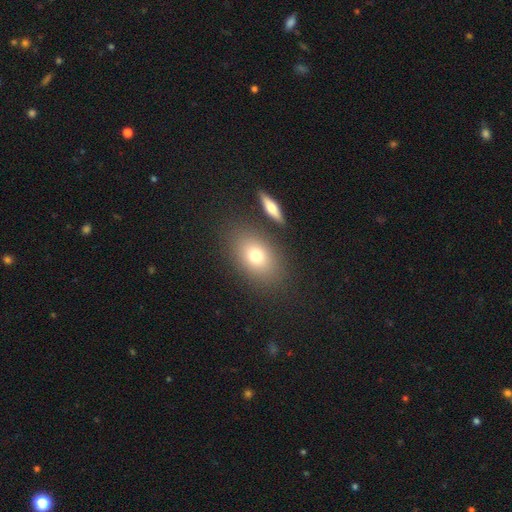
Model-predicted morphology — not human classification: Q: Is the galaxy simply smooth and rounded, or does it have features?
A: smooth — 74%.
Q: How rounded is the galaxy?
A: in between — 76%.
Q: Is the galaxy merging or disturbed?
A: none — 80%.